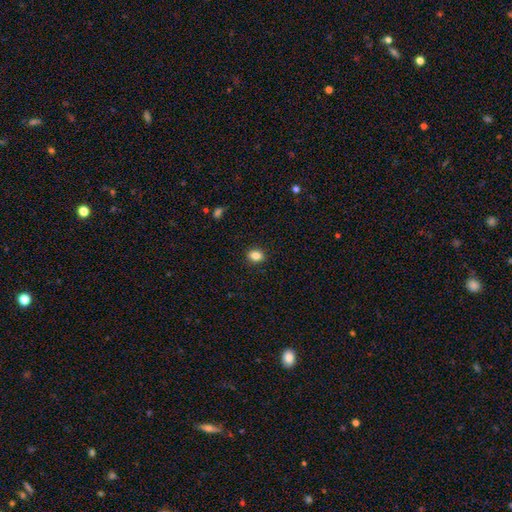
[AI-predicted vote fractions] Smooth or featured? smooth (85%)
How rounded? round (50%)
Merging? none (90%)